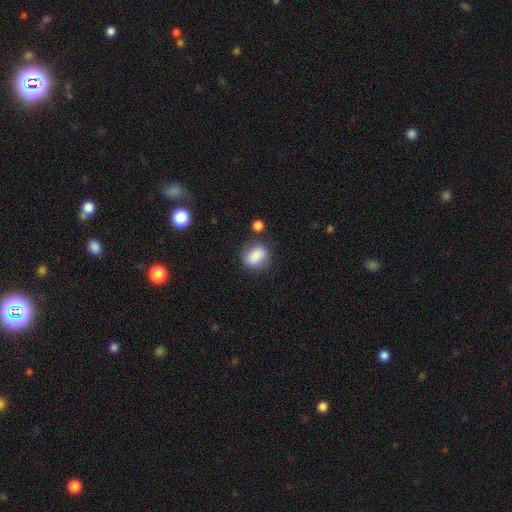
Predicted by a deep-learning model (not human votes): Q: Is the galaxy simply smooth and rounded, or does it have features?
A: smooth — 84%.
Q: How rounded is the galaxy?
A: round — 49%, tied with in between.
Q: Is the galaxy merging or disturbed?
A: none — 67%.